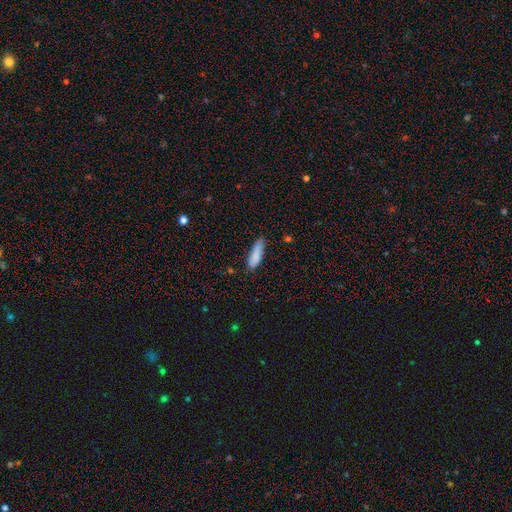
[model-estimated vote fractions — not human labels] Smooth or featured? smooth (86%)
How rounded? cigar-shaped (58%)
Merging? none (70%)